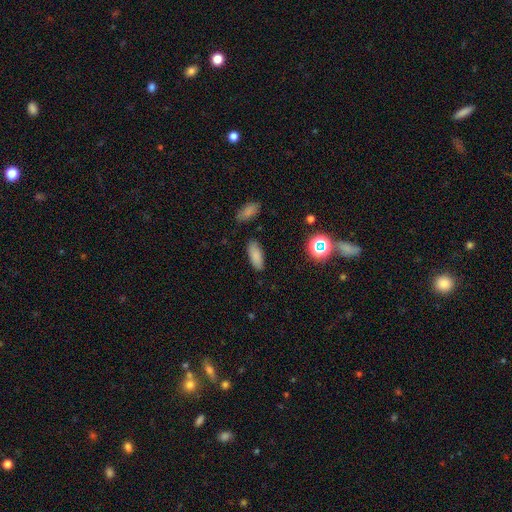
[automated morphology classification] smooth-or-featured: smooth: 83% | star or artifact: 10% | featured or disk: 7%
  how-rounded: in between: 79% | cigar-shaped: 18% | round: 3%
  merging: none: 85% | minor disturbance: 10% | major disturbance: 3% | merger: 2%